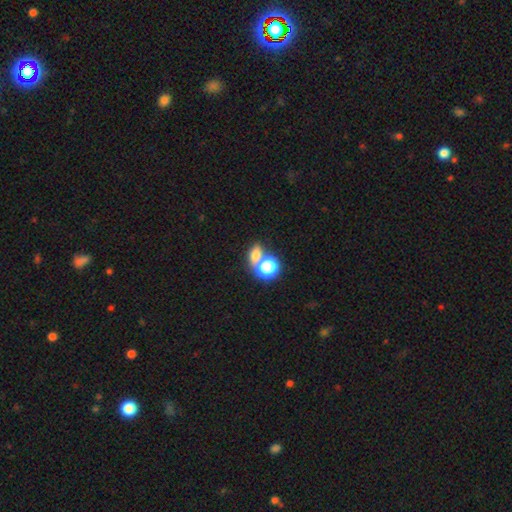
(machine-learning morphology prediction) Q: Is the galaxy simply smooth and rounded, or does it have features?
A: smooth — 67%.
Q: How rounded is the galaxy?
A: in between — 60%.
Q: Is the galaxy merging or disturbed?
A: none — 51%.